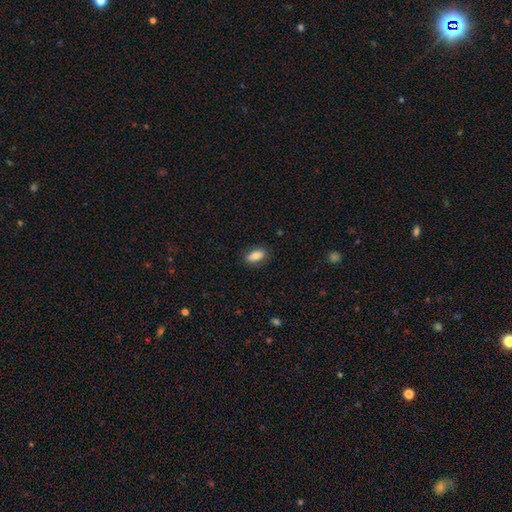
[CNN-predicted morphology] Smooth or featured? smooth (83%)
How rounded? in between (88%)
Merging? none (84%)